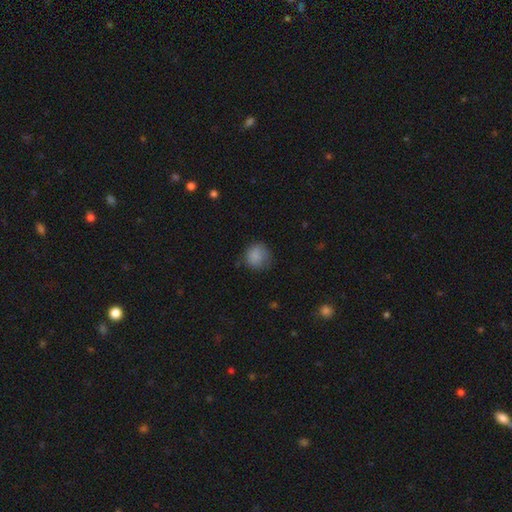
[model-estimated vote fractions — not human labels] This is clearly a smooth galaxy (84%). How rounded: clearly round (85%). Merging: likely none (70%).